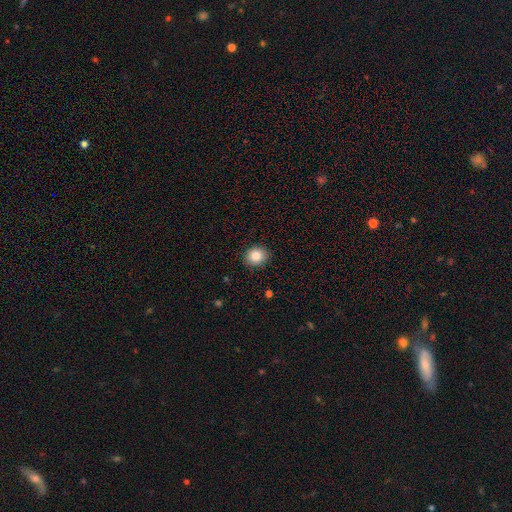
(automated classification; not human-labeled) Overall: smooth (85%). How rounded: round (76%). Merging: none (90%).